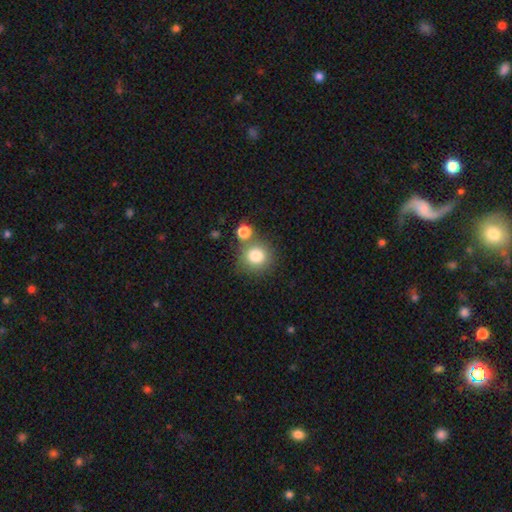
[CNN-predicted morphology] Smooth or featured? Predicted: smooth (p=0.81). How rounded? Predicted: round (p=0.90). Merging? Predicted: none (p=0.65).